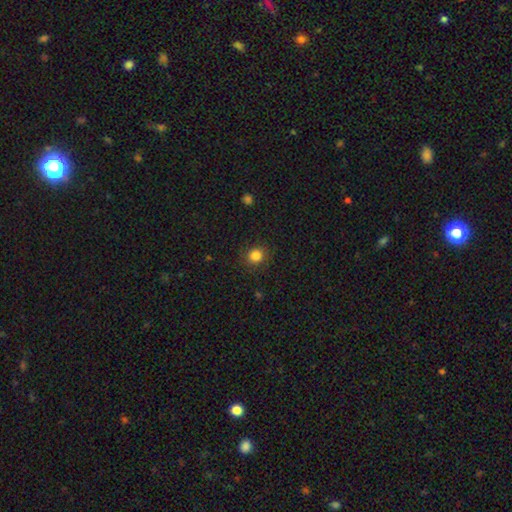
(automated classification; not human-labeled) This appears to be a smooth galaxy with no disk features (84%) that is round (88%). Merging: none (89%).